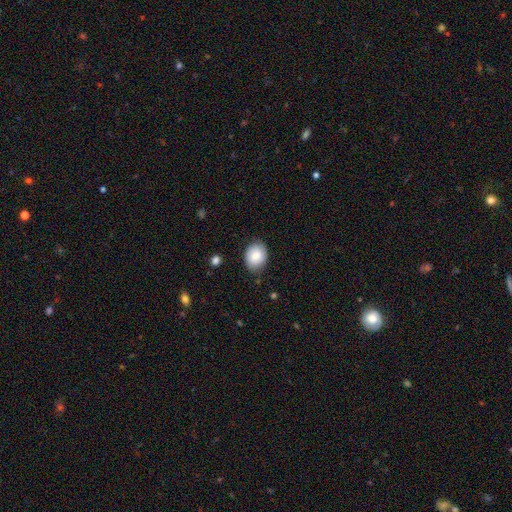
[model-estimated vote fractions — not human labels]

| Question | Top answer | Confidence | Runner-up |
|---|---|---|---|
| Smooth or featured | smooth | 82% | featured or disk (11%) |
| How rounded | in between | 60% | round (39%) |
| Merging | none | 81% | minor disturbance (15%) |